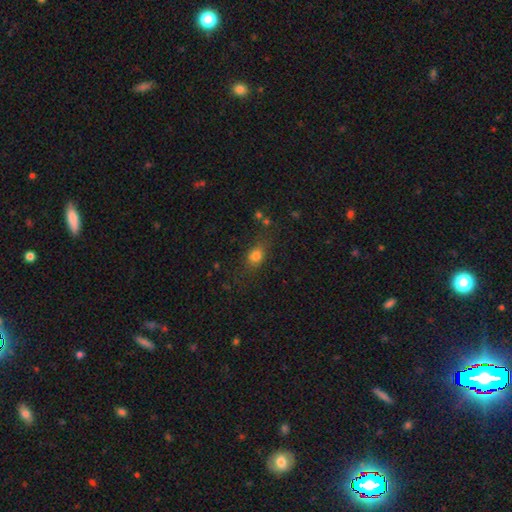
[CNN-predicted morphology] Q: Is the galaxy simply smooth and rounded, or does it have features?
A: smooth — 77%.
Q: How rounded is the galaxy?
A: in between — 52%.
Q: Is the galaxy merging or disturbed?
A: none — 68%.